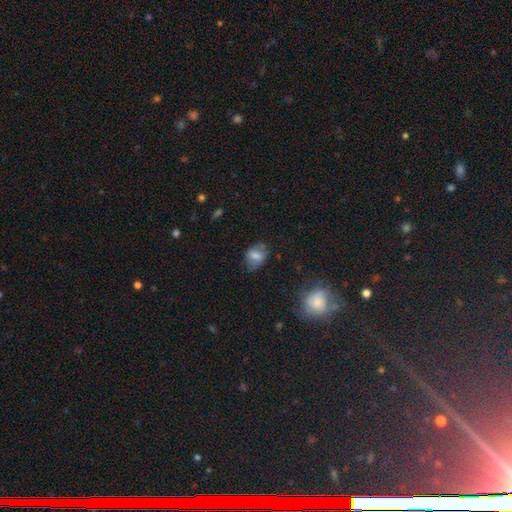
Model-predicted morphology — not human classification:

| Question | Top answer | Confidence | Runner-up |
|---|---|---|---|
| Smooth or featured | smooth | 65% | featured or disk (24%) |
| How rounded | in between | 71% | round (27%) |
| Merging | none | 56% | minor disturbance (29%) |